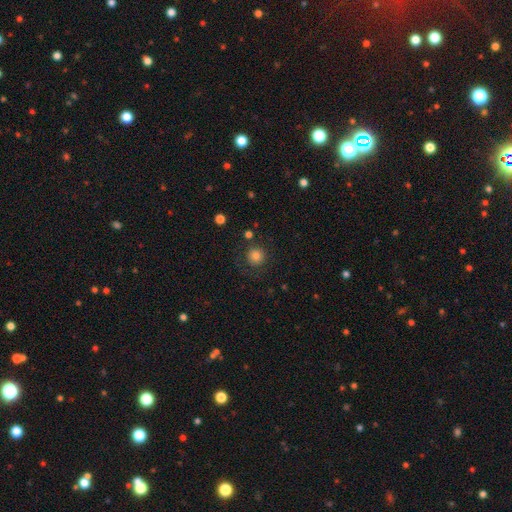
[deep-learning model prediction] A smooth galaxy with no disk features (83%) that is round (94%).

Vote fractions:
- Smooth or featured? smooth: 83% / star or artifact: 11% / featured or disk: 6%
- How rounded? round: 94% / in between: 5% / cigar-shaped: 1%
- Merging? none: 83% / minor disturbance: 9% / major disturbance: 5% / merger: 3%